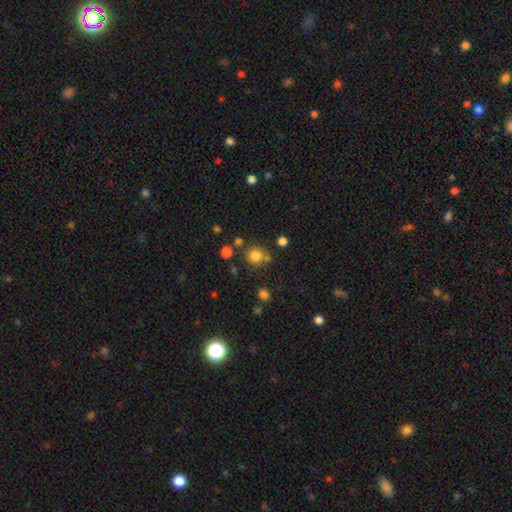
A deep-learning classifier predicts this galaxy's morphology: type=smooth (80%); roundness=round (87%); merging=none (73%).